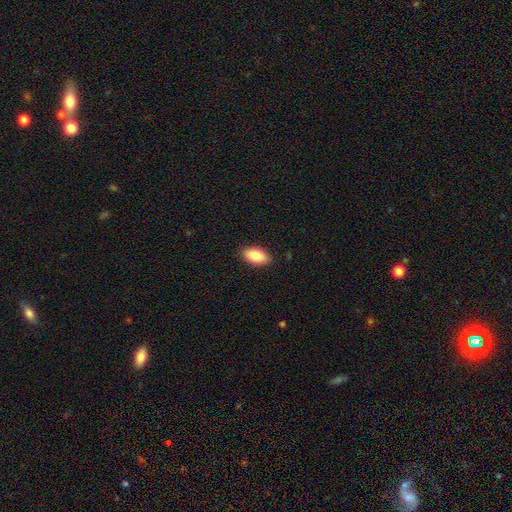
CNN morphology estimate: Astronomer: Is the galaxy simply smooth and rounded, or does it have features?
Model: smooth — 87%.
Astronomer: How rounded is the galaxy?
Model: in between — 93%.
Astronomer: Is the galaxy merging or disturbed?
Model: none — 87%.